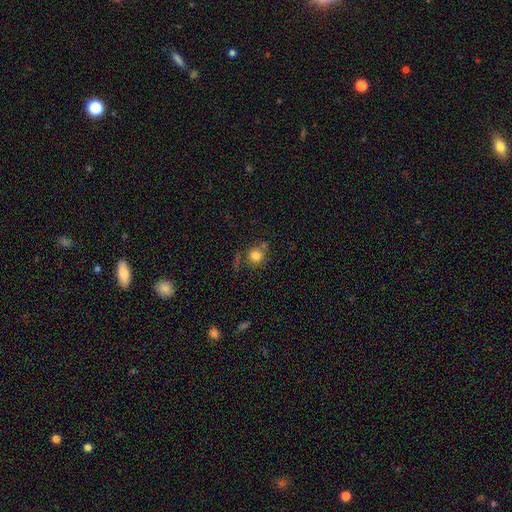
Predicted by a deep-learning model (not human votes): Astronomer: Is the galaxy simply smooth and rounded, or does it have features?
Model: smooth — 78%.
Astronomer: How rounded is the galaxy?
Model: round — 83%.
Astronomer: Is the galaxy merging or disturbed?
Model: none — 64%.